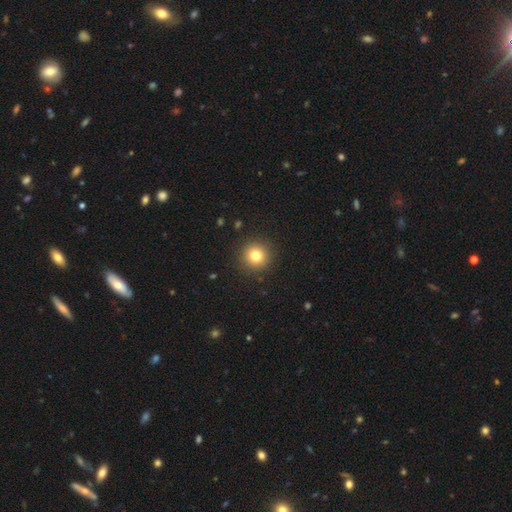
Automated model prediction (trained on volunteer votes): Morphology: type=smooth (80%); roundness=round (94%); merging=none (91%).